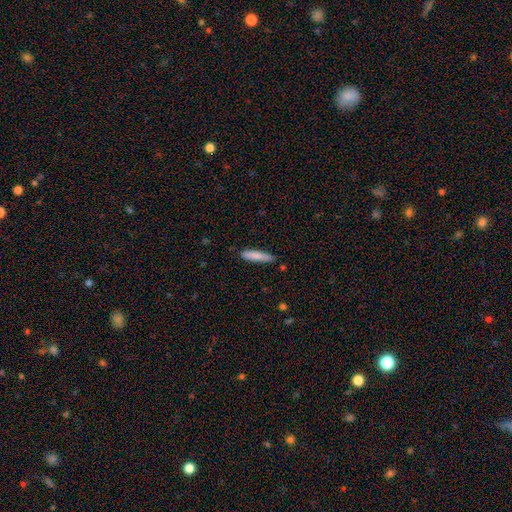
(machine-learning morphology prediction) A smooth galaxy with no disk features (83%) that is cigar-shaped (83%). Merging: none (79%).